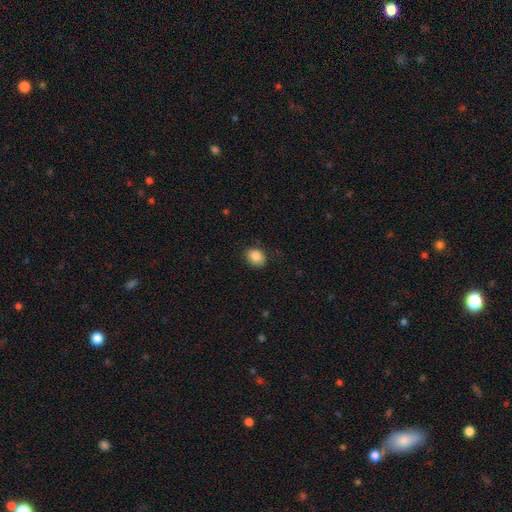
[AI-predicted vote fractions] The model was most divided on "how rounded": in between: 56%, round: 43%, cigar-shaped: 1%. More confident: smooth or featured — smooth (86%); merging — none (83%).